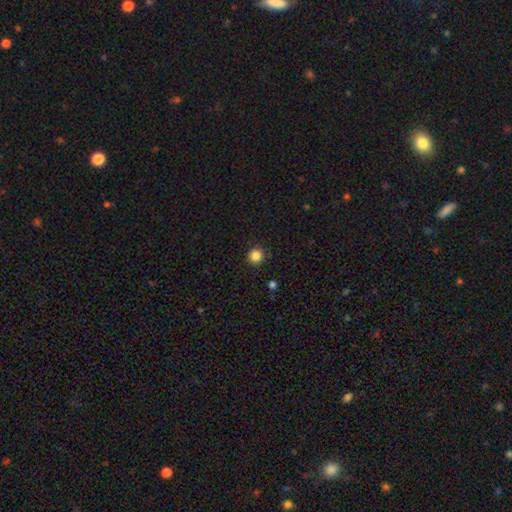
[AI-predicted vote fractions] Smooth or featured: smooth — 85% (star or artifact — 12%)
How rounded: round — 95% (in between — 4%)
Merging: none — 92% (minor disturbance — 6%)